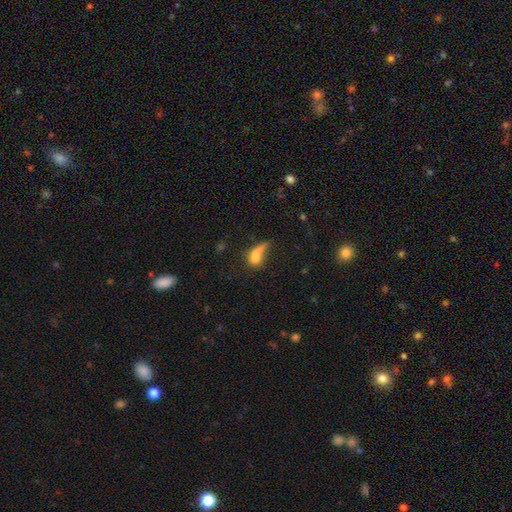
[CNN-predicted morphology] This is likely a smooth galaxy (63%). How rounded: likely in between (63%). Merging: marginally major disturbance (40%).